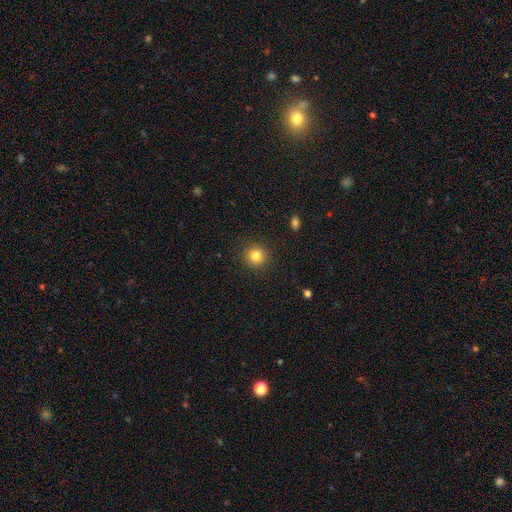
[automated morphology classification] Q: Smooth or featured?
A: smooth (82%); runner-up: star or artifact (12%)
Q: How rounded?
A: round (93%); runner-up: in between (6%)
Q: Merging?
A: none (91%); runner-up: minor disturbance (5%)